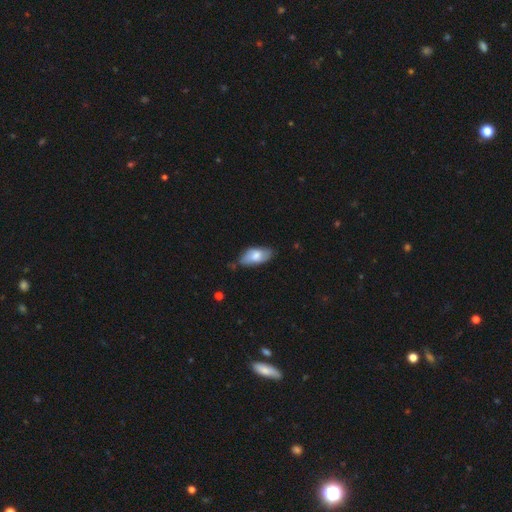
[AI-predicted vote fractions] This is likely a smooth galaxy (72%). How rounded: clearly in between (92%). Merging: likely none (66%).